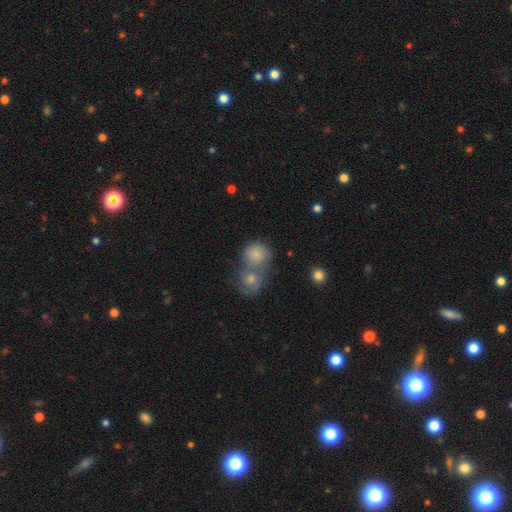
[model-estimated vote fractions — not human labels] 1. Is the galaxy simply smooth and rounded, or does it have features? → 74% smooth, 16% featured or disk, 10% star or artifact.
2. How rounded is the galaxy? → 75% round, 24% in between, 1% cigar-shaped.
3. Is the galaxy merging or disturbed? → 58% merger, 28% none, 9% minor disturbance, 5% major disturbance.